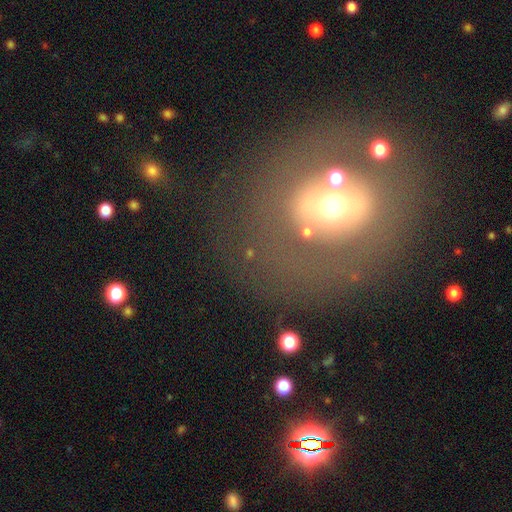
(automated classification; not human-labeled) smooth-or-featured: featured or disk: 44% | smooth: 38% | star or artifact: 19%
  merging: none: 72% | minor disturbance: 13% | major disturbance: 10% | merger: 6%